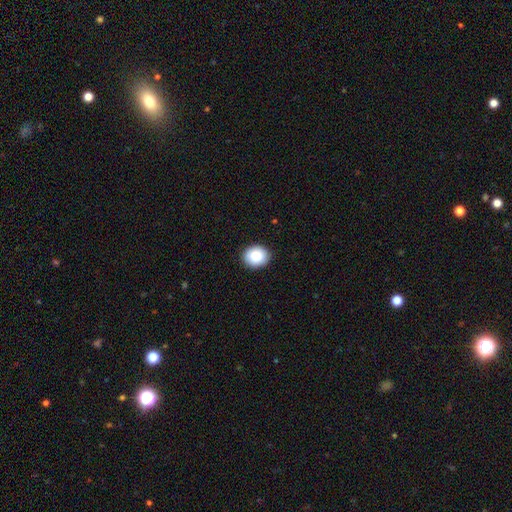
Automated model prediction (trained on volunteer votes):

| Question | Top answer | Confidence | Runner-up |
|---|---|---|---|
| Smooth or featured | smooth | 85% | star or artifact (8%) |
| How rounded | round | 56% | in between (43%) |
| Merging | none | 90% | minor disturbance (7%) |